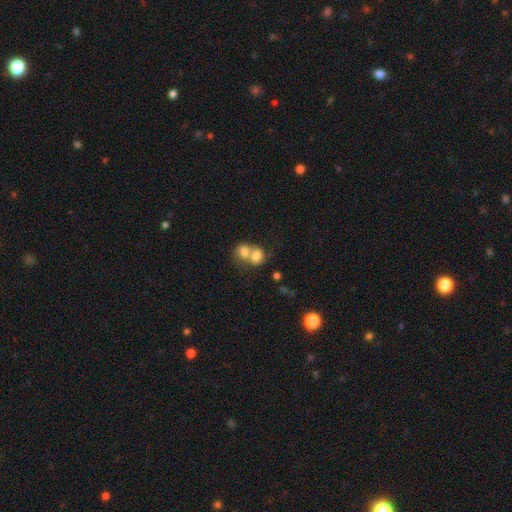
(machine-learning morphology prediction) This is likely a smooth galaxy (73%). How rounded: possibly round (59%). Merging: likely merger (74%).